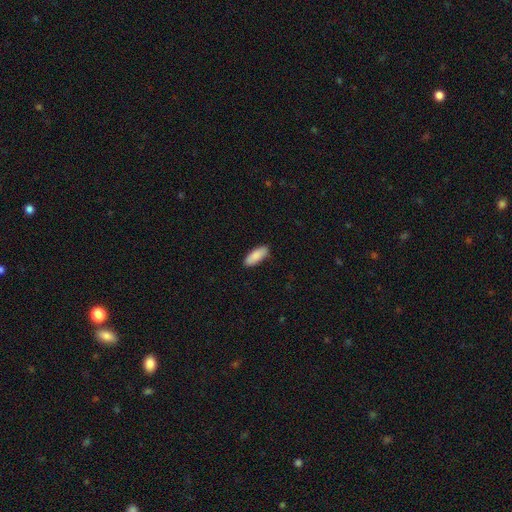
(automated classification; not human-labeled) Q: Smooth or featured?
A: smooth (88%); runner-up: featured or disk (6%)
Q: How rounded?
A: in between (73%); runner-up: cigar-shaped (25%)
Q: Merging?
A: none (89%); runner-up: minor disturbance (8%)